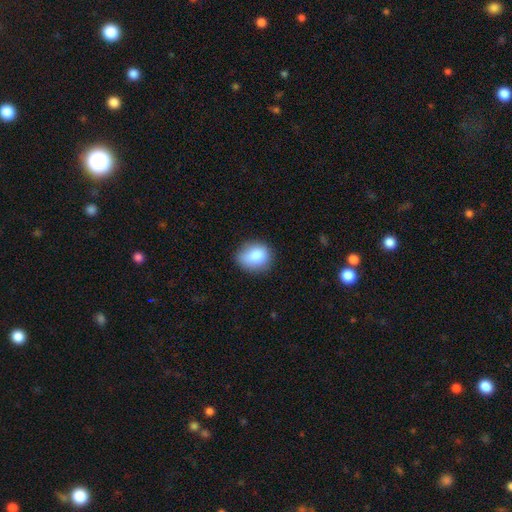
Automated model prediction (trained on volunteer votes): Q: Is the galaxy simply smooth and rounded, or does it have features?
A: smooth — 86%.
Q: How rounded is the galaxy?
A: round — 56%.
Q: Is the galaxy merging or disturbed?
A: none — 77%.